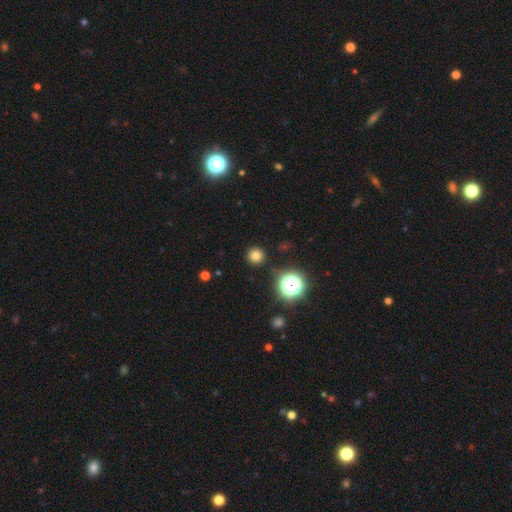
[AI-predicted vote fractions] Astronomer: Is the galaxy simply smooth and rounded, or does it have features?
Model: smooth — 76%.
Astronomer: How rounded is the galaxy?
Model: round — 95%.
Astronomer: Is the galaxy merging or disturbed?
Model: none — 90%.